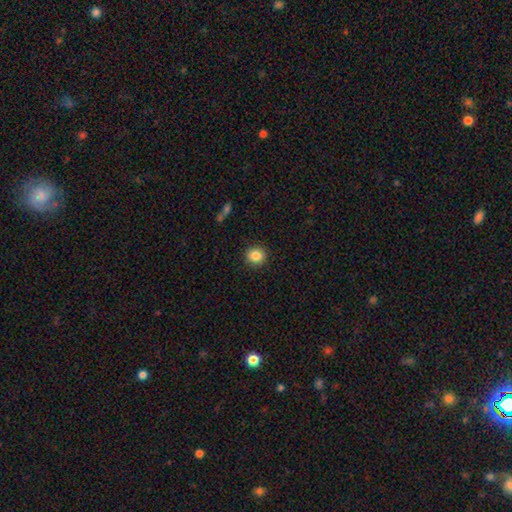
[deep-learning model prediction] Morphology: type=smooth (85%); roundness=round (88%); merging=none (90%).